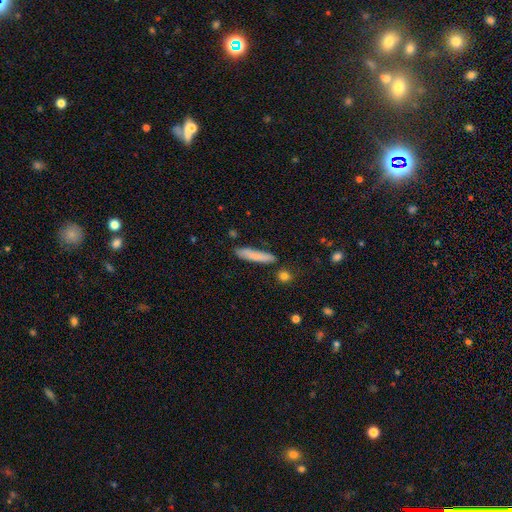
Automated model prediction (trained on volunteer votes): A smooth galaxy with no disk features (79%) that is cigar-shaped (91%). Merging: none (81%).